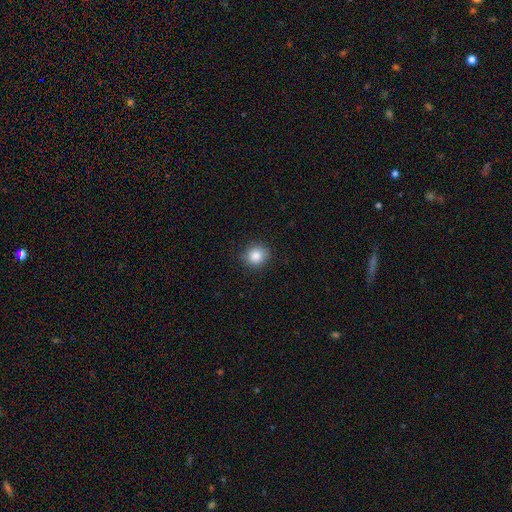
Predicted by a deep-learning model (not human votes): This appears to be a smooth galaxy with no disk features (85%) that is round (80%). Merging: none (86%).